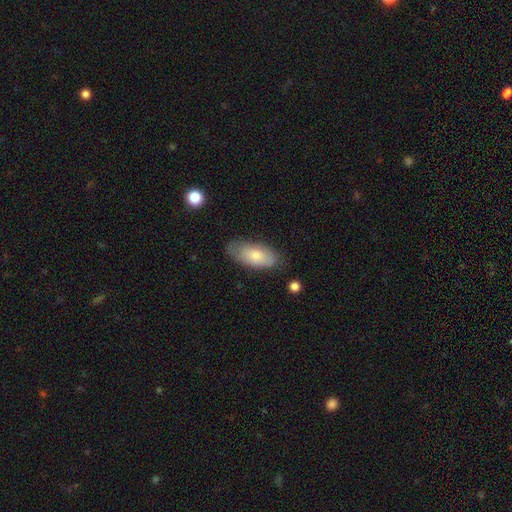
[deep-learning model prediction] Smooth or featured? Predicted: smooth (p=0.71). How rounded? Predicted: in between (p=0.91). Merging? Predicted: none (p=0.66).